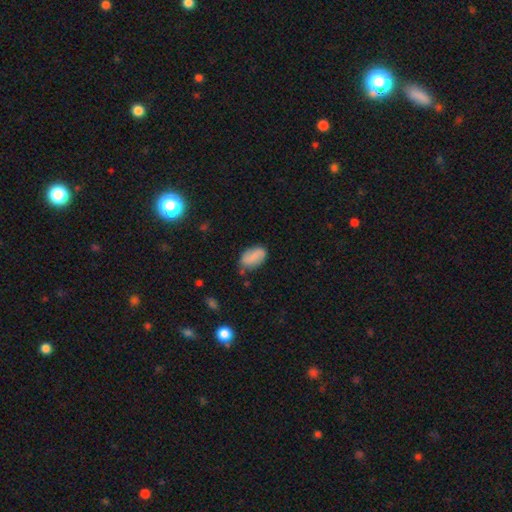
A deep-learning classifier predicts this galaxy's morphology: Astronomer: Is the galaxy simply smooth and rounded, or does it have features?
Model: smooth — 78%.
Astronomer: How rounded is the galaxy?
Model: in between — 92%.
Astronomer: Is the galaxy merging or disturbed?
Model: none — 71%.